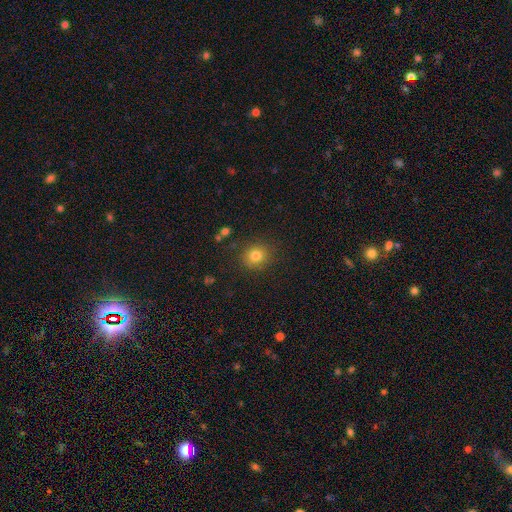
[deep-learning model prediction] smooth-or-featured: smooth: 80% | star or artifact: 13% | featured or disk: 7%
  how-rounded: round: 86% | in between: 13% | cigar-shaped: 1%
  merging: none: 87% | minor disturbance: 9% | major disturbance: 3% | merger: 2%